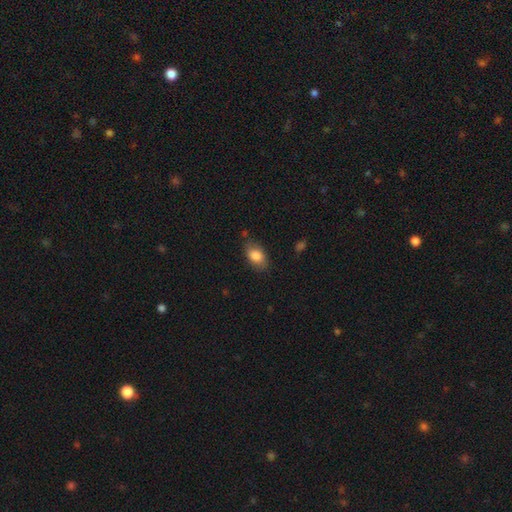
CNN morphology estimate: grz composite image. It shows a smooth galaxy with no disk features (83%) that is in between round and cigar-shaped (89%). Merging: none (74%).